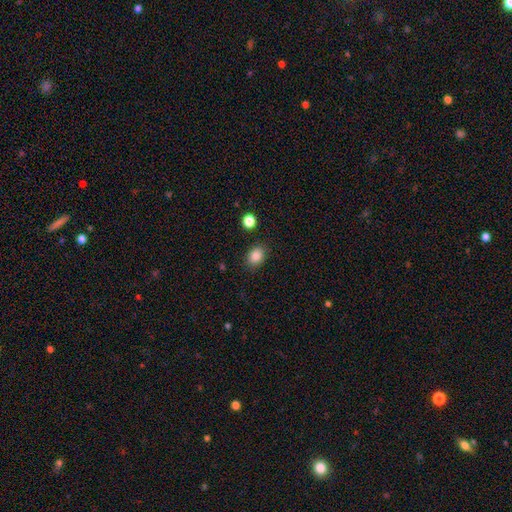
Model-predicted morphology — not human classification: Smooth or featured? smooth (86%)
How rounded? in between (59%)
Merging? none (86%)